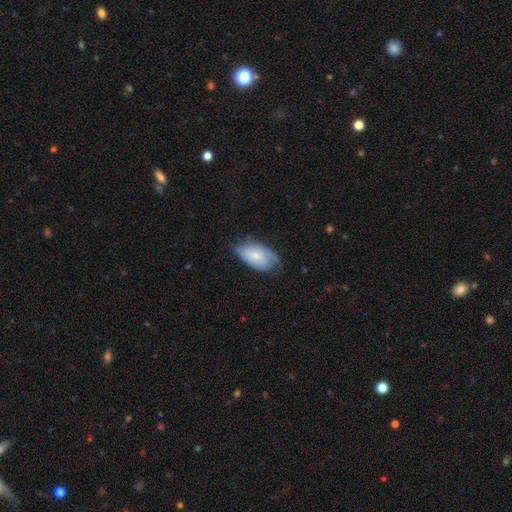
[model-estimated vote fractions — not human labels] Q: Smooth or featured?
A: smooth (60%); runner-up: featured or disk (33%)
Q: How rounded?
A: in between (93%); runner-up: round (5%)
Q: Merging?
A: none (58%); runner-up: minor disturbance (32%)